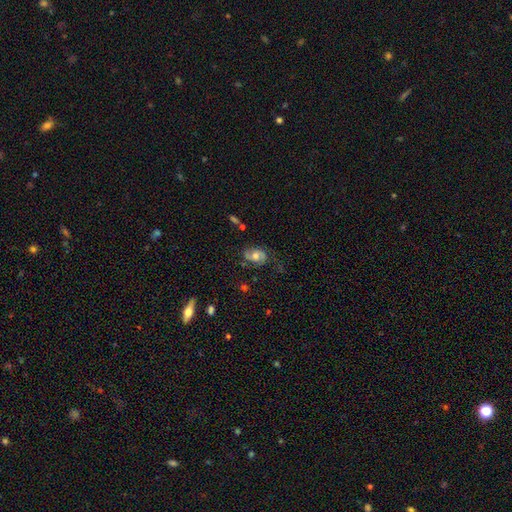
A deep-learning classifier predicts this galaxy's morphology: featured or disk 58%, smooth 32%, star or artifact 10%. Down the decision tree: edge-on disk — no (96%); bar — no (63%); spiral arms — yes (85%); bulge size — moderate (62%); merging — none (68%).